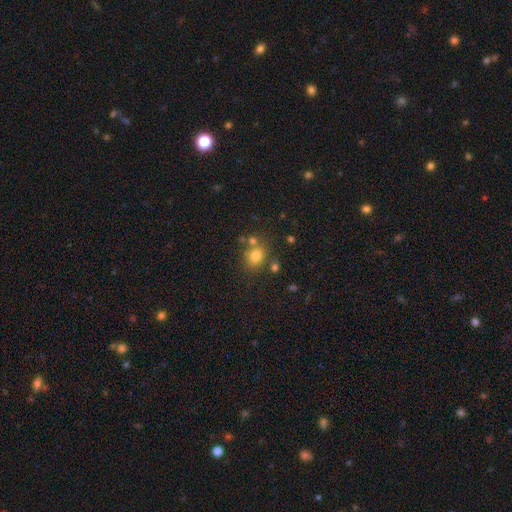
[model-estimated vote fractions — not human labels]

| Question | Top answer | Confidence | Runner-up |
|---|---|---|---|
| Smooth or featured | smooth | 76% | star or artifact (14%) |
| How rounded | round | 58% | in between (41%) |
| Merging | none | 65% | merger (17%) |